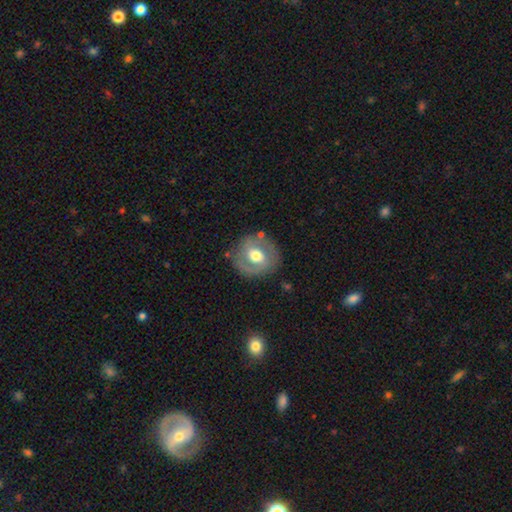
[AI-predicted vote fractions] featured or disk 54%, smooth 40%, star or artifact 6%. Down the decision tree: edge-on disk — no (96%); bar — no (54%); spiral arms — no (53%); bulge size — moderate (68%); merging — none (76%).